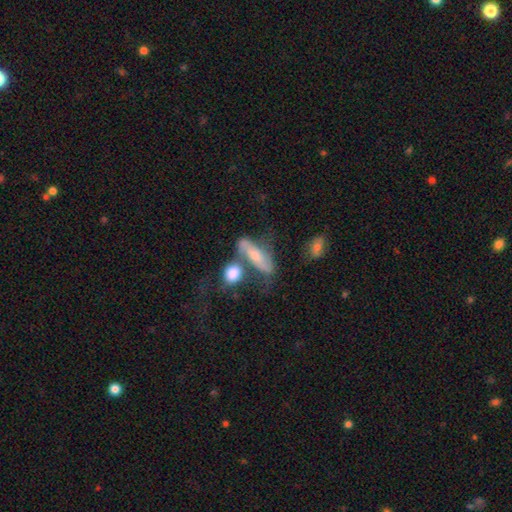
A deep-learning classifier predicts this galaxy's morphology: smooth_or_featured: featured or disk (p=0.47) [alt: smooth p=0.44]
merging: merger (p=0.36) [alt: none p=0.33]